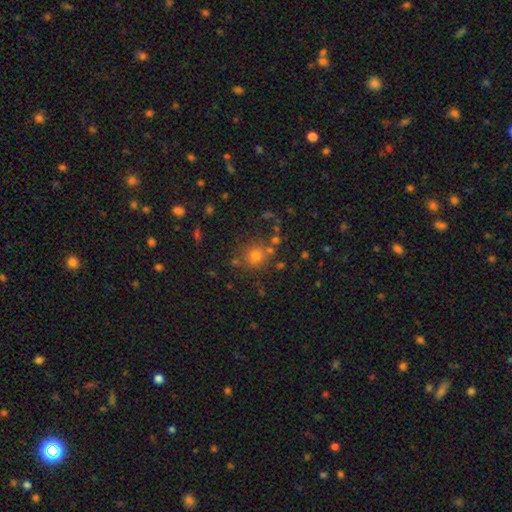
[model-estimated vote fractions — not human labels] Smooth or featured? smooth (67%)
How rounded? round (86%)
Merging? none (73%)